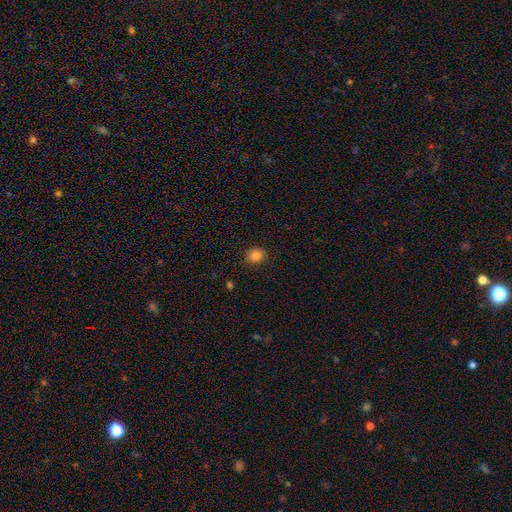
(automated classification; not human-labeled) Smooth or featured?
  - smooth: 83% *
  - star or artifact: 11%
  - featured or disk: 6%
How rounded?
  - round: 66% *
  - in between: 33%
  - cigar-shaped: 1%
Merging?
  - none: 89% *
  - minor disturbance: 8%
  - major disturbance: 2%
  - merger: 1%